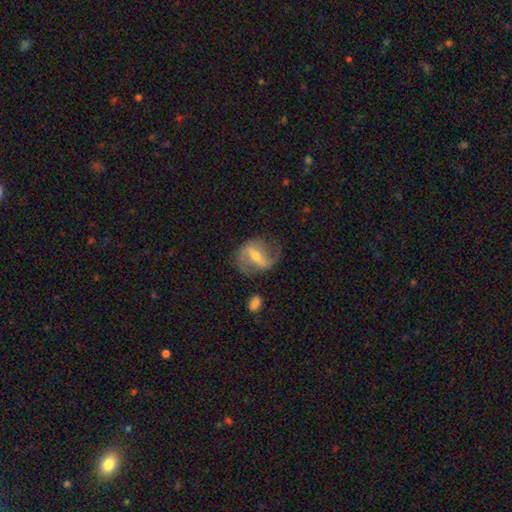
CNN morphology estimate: A featured or disk galaxy (75%) with a strong bar (56%), 2 (82%) loose (46%) spiral arms (83%) and a small central bulge (46%, tied with moderate). Merging: none (63%).